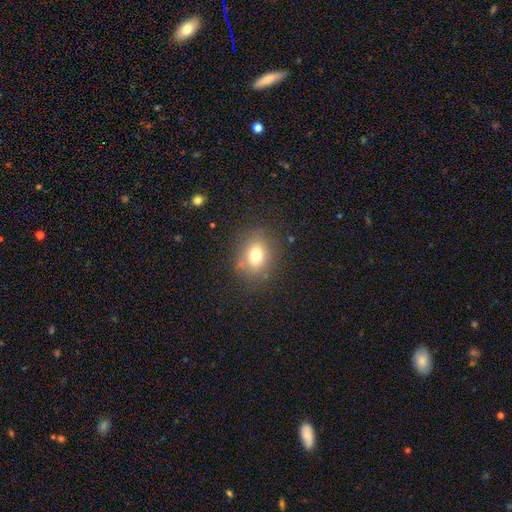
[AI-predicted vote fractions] smooth 74%, star or artifact 13%, featured or disk 13%. Down the decision tree: how rounded — round (52%); merging — none (80%).